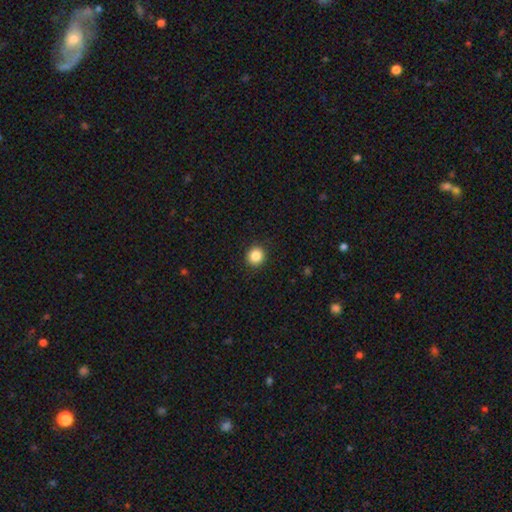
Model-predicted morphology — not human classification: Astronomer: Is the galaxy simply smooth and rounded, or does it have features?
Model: smooth — 87%.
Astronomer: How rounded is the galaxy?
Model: round — 90%.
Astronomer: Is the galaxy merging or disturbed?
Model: none — 91%.